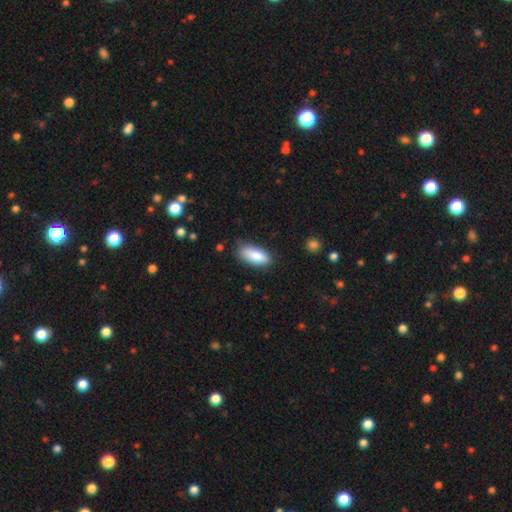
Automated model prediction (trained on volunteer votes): The model was most divided on "merging": none: 78%, minor disturbance: 17%, major disturbance: 3%, merger: 2%. More confident: smooth or featured — smooth (87%); how rounded — in between (84%).